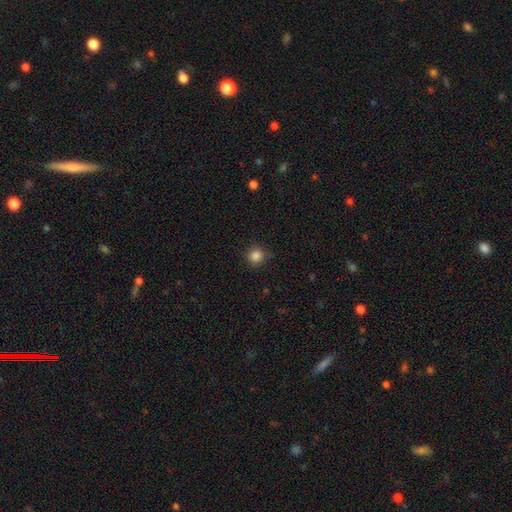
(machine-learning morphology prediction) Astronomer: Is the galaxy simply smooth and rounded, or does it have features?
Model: smooth — 85%.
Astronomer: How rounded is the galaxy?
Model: round — 92%.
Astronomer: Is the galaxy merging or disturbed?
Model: none — 86%.